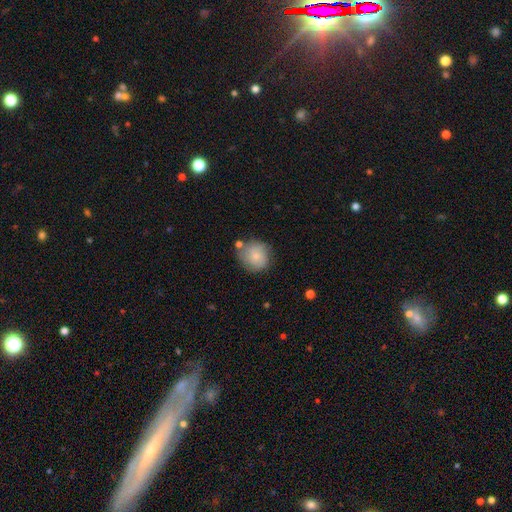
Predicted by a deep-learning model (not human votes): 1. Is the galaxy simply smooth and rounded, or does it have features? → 76% smooth, 17% featured or disk, 7% star or artifact.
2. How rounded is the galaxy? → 86% round, 13% in between, 1% cigar-shaped.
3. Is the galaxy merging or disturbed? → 65% none, 20% minor disturbance, 10% merger, 5% major disturbance.